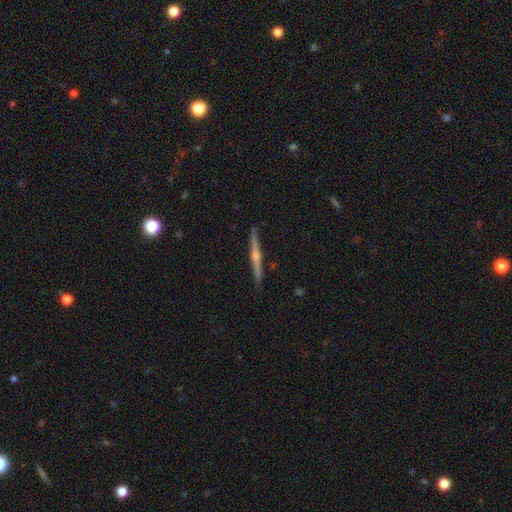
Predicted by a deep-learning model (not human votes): Q: Smooth or featured?
A: featured or disk (77%); runner-up: smooth (17%)
Q: Edge-on disk?
A: yes (98%); runner-up: no (2%)
Q: Edge-on bulge?
A: rounded (83%); runner-up: none (11%)
Q: Merging?
A: none (91%); runner-up: minor disturbance (7%)